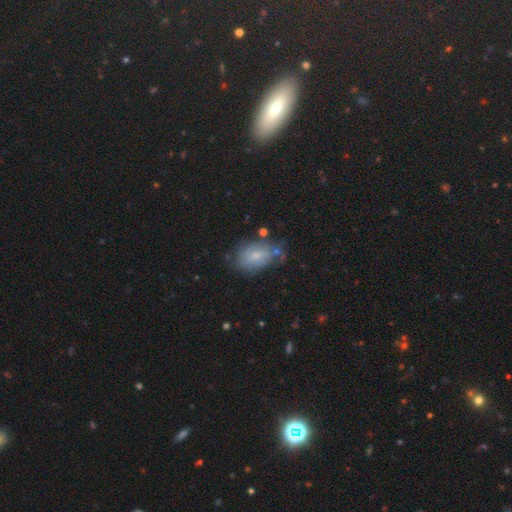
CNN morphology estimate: Overall: smooth (63%; featured or disk 27%). How rounded: in between (86%). Merging: none (54%; minor disturbance 28%).